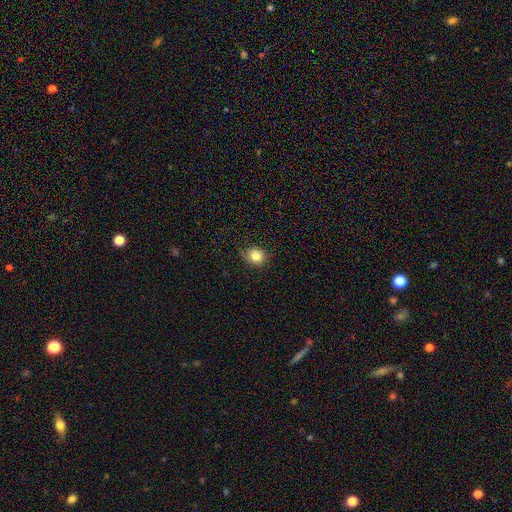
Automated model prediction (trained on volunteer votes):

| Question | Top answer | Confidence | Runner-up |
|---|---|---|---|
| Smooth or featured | smooth | 82% | star or artifact (11%) |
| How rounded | round | 77% | in between (22%) |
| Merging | none | 80% | minor disturbance (16%) |